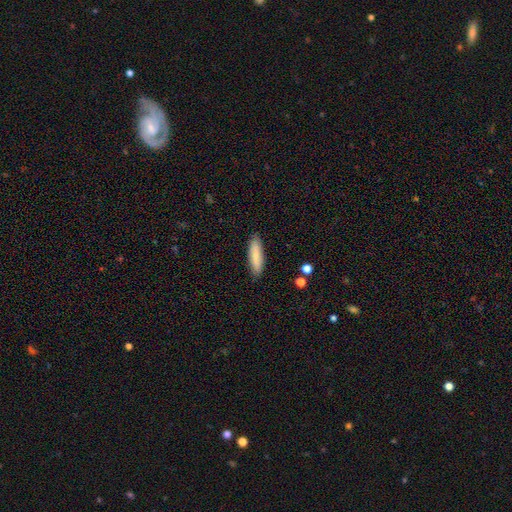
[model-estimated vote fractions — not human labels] This is clearly a smooth galaxy (81%). How rounded: possibly cigar-shaped (55%). Merging: clearly none (87%).